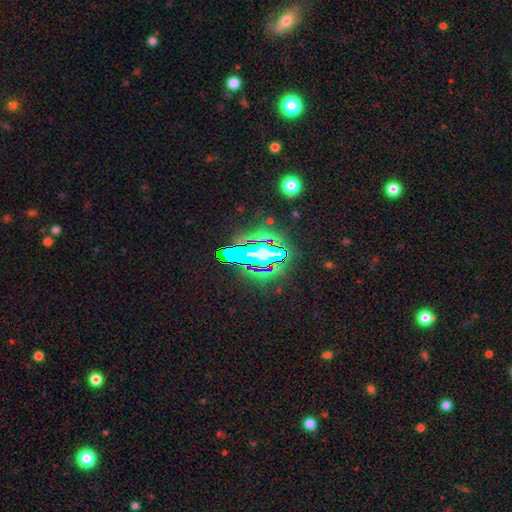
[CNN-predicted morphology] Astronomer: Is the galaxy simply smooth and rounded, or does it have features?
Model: star or artifact — 77%.